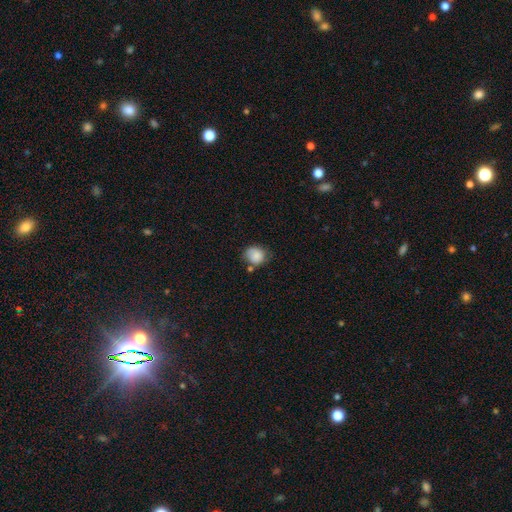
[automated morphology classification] This appears to be a smooth galaxy with no disk features (83%) that is round (72%). Merging: none (57%).